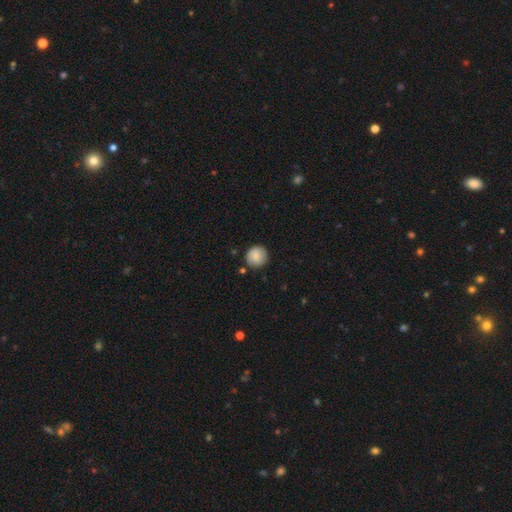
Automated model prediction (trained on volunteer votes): This is clearly a smooth galaxy (84%). How rounded: clearly round (93%). Merging: clearly none (85%).